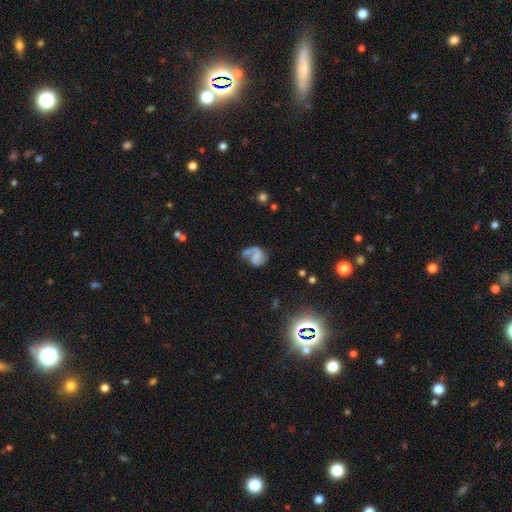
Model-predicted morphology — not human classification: type=featured or disk (76%); edge-on=no (98%); bar=no (48%); spiral arms=yes (92%); winding=medium (43%); arm count=2 (69%); bulge=none (61%); merging=none (48%).